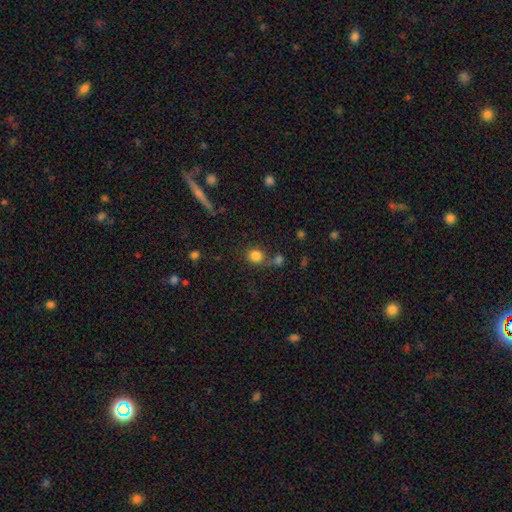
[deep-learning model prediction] This is clearly a smooth galaxy (82%). How rounded: clearly round (86%). Merging: likely none (67%).